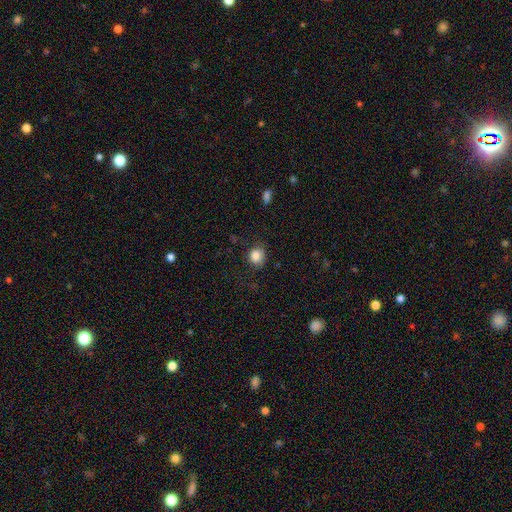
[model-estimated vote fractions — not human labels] A smooth galaxy with no disk features (85%) that is round (75%). Merging: none (69%).